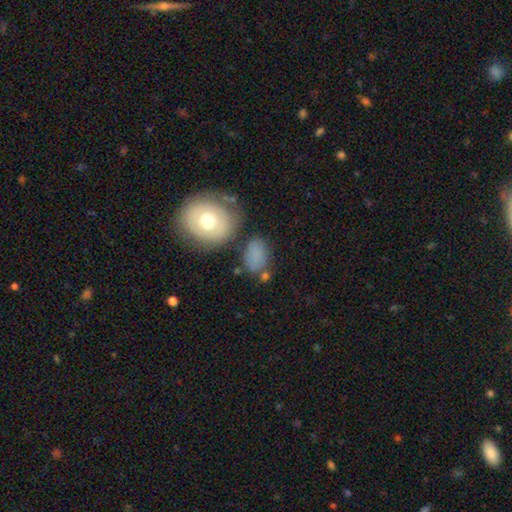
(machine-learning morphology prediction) Smooth or featured? Predicted: smooth (p=0.76). How rounded? Predicted: in between (p=0.78). Merging? Predicted: none (p=0.60).